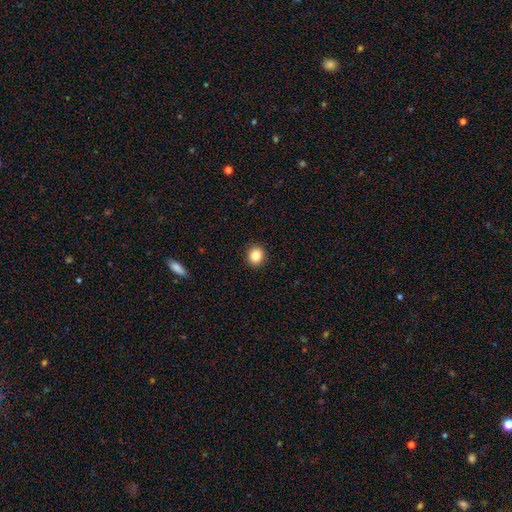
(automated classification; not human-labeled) Smooth or featured?
  - smooth: 85% *
  - star or artifact: 10%
  - featured or disk: 5%
How rounded?
  - round: 83% *
  - in between: 16%
  - cigar-shaped: 1%
Merging?
  - none: 92% *
  - minor disturbance: 5%
  - major disturbance: 2%
  - merger: 1%